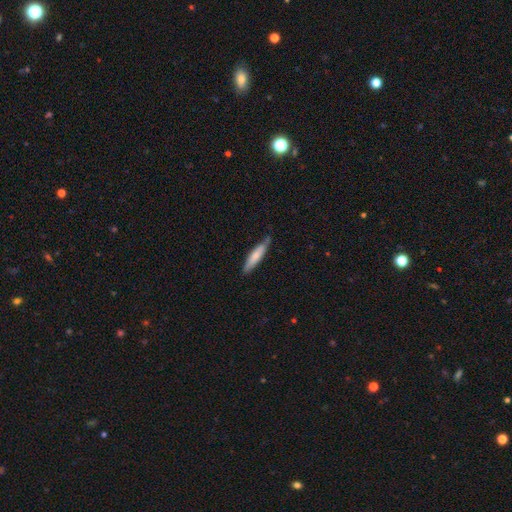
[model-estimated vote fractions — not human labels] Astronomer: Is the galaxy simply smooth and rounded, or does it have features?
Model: smooth — 72%.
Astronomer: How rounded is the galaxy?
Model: cigar-shaped — 84%.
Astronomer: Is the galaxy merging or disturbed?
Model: none — 74%.